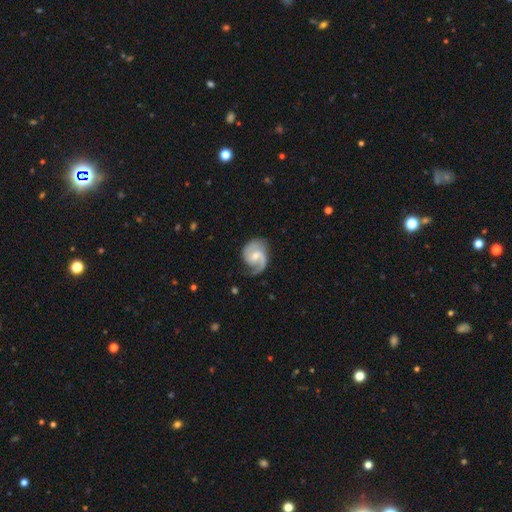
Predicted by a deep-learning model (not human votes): Overall: featured or disk (86%). Edge-on disk: no (98%). Bar: weak (47%; no 44%). Spiral arms: yes (97%). Spiral arm count: 2 (74%). Spiral winding: medium (51%; tight 26%). Bulge size: moderate (48%; small 44%). Merging: none (67%).